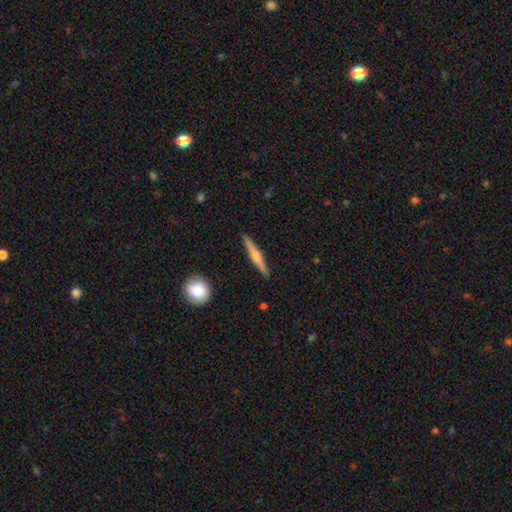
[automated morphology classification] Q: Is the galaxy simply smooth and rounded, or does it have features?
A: featured or disk — 54%.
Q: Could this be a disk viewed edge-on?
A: yes — 97%.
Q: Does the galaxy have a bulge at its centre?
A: rounded — 74%.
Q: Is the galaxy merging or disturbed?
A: none — 91%.